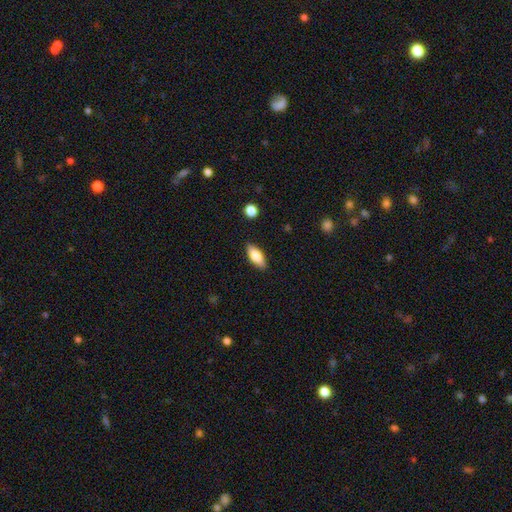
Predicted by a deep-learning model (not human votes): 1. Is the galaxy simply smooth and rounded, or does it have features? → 76% smooth, 17% featured or disk, 7% star or artifact.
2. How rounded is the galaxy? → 80% in between, 17% cigar-shaped, 2% round.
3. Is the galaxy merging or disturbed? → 88% none, 9% minor disturbance, 2% major disturbance, 1% merger.